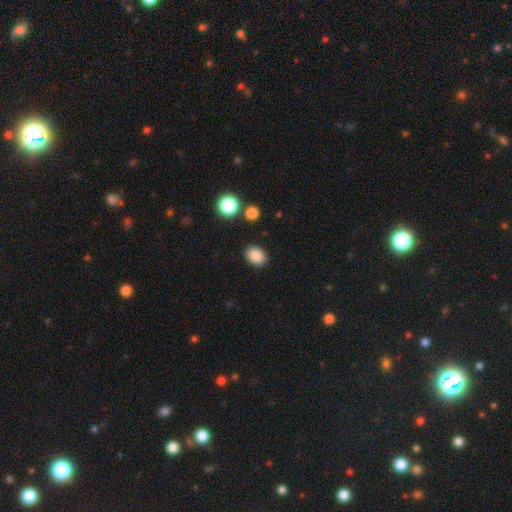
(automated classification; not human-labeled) This appears to be a smooth galaxy with no disk features (87%) that is in between round and cigar-shaped (69%). Merging: none (87%).